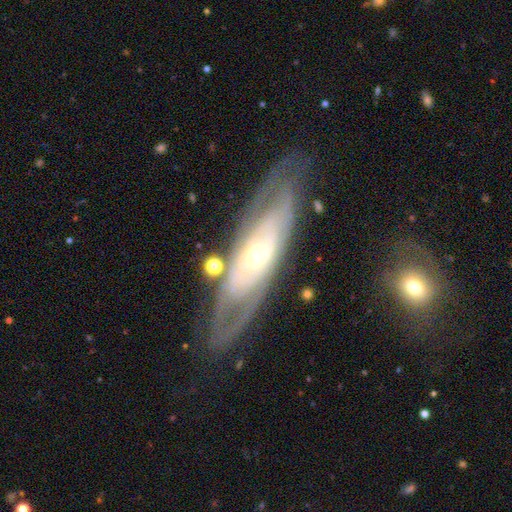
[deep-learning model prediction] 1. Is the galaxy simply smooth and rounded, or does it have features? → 78% featured or disk, 16% smooth, 6% star or artifact.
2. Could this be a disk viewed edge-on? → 78% no, 22% yes.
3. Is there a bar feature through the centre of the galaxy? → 74% no, 18% weak, 8% strong.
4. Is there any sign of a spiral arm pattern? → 71% yes, 29% no.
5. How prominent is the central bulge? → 72% small, 23% moderate, 2% large, 1% none, 1% dominant.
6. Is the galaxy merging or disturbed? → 75% none, 15% minor disturbance, 7% major disturbance, 3% merger.